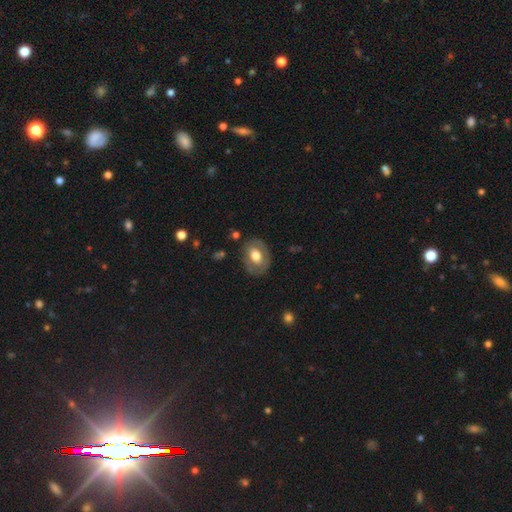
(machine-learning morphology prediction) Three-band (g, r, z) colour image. It shows a smooth galaxy with no disk features (55%) that is in between round and cigar-shaped (70%). Merging: none (79%).